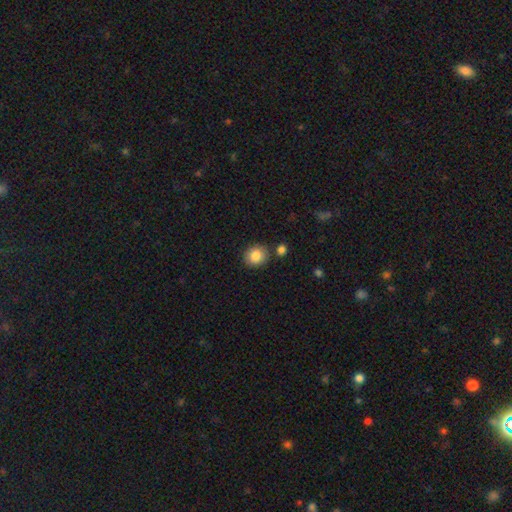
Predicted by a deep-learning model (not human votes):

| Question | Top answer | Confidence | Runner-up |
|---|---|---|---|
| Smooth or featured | smooth | 86% | star or artifact (8%) |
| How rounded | round | 74% | in between (25%) |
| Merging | none | 80% | minor disturbance (10%) |